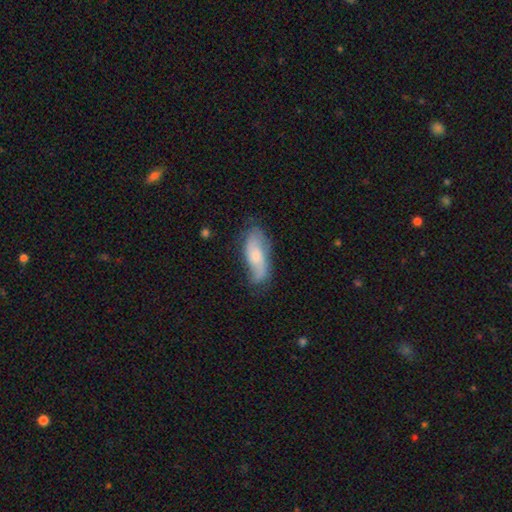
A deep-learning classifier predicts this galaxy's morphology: type=featured or disk (46%, tied with smooth); merging=none (62%).